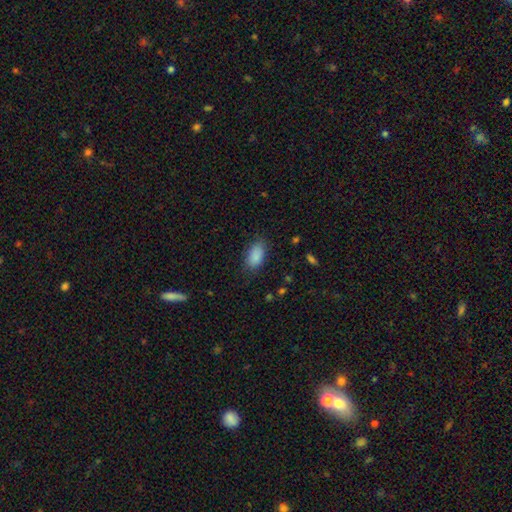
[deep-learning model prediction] smooth-or-featured: smooth: 88% | star or artifact: 8% | featured or disk: 4%
  how-rounded: in between: 92% | round: 5% | cigar-shaped: 3%
  merging: none: 79% | minor disturbance: 15% | major disturbance: 4% | merger: 1%